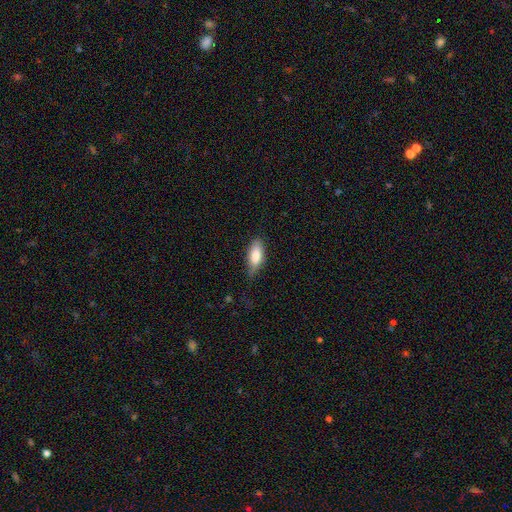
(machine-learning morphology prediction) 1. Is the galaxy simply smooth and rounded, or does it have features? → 79% smooth, 14% featured or disk, 6% star or artifact.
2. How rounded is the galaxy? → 79% in between, 19% cigar-shaped, 2% round.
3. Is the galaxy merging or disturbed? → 64% none, 28% minor disturbance, 6% major disturbance, 1% merger.